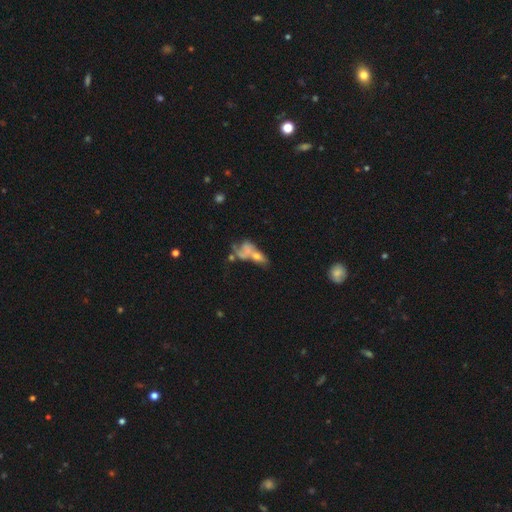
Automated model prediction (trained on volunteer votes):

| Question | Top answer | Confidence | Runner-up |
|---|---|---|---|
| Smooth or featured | featured or disk | 45% | smooth (38%) |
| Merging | merger | 48% | none (22%) |